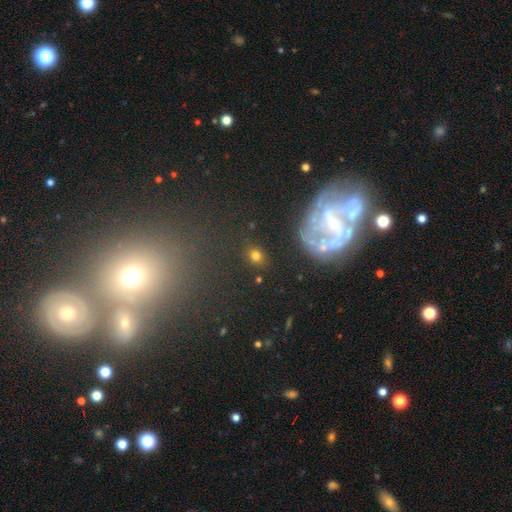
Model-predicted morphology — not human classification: Smooth or featured?
  - smooth: 75% *
  - star or artifact: 16%
  - featured or disk: 9%
How rounded?
  - round: 60% *
  - in between: 38%
  - cigar-shaped: 2%
Merging?
  - none: 83% *
  - minor disturbance: 9%
  - major disturbance: 4%
  - merger: 3%